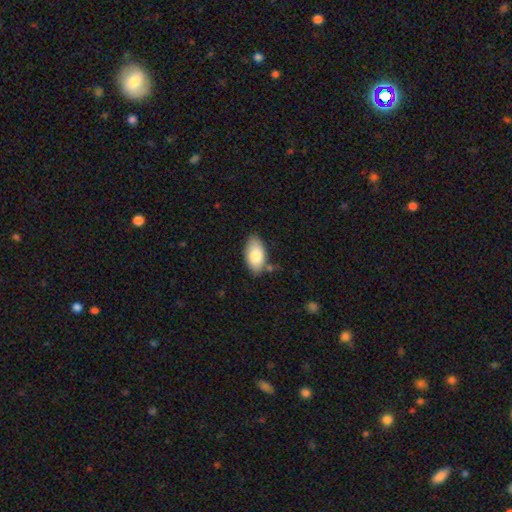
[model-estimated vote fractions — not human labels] The model was most divided on "merging": none: 76%, minor disturbance: 16%, merger: 5%, major disturbance: 3%. More confident: how rounded — in between (95%); smooth or featured — smooth (81%).